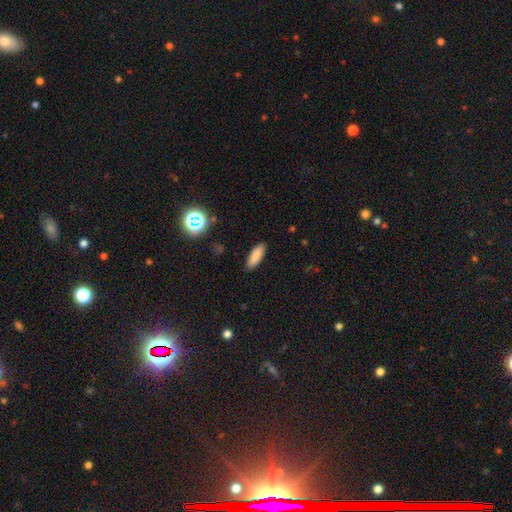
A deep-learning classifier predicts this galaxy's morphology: This is clearly a smooth galaxy (85%). How rounded: possibly in between (60%). Merging: clearly none (89%).